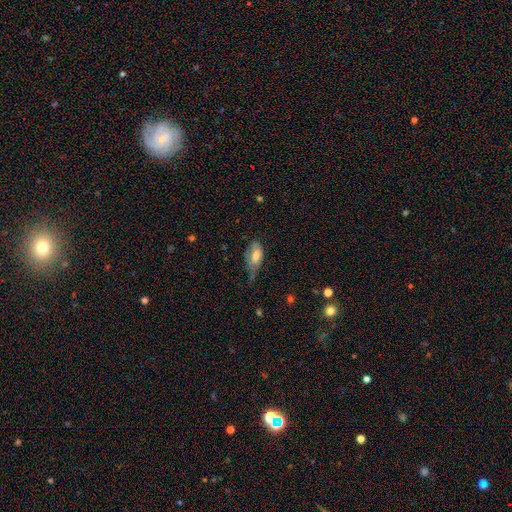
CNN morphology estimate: Smooth or featured: smooth — 68% (featured or disk — 24%)
How rounded: in between — 88% (cigar-shaped — 9%)
Merging: minor disturbance — 43% (none — 39%)